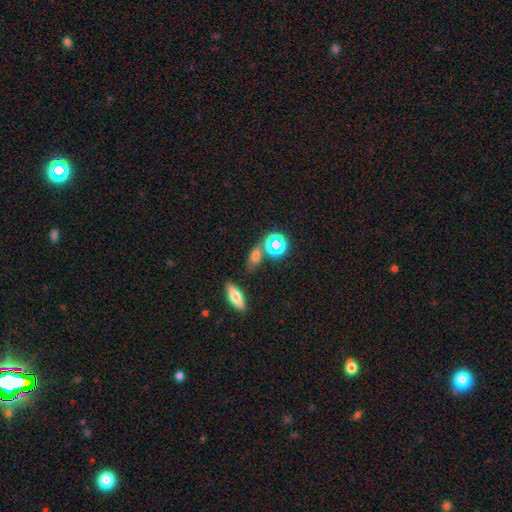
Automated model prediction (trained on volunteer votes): Smooth or featured? Predicted: smooth (p=0.58). How rounded? Predicted: in between (p=0.60). Merging? Predicted: none (p=0.72).